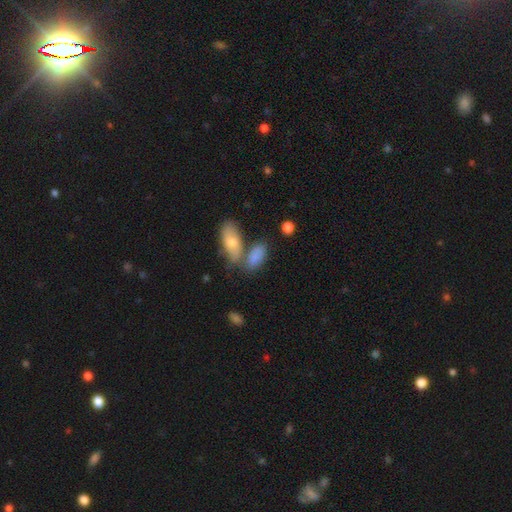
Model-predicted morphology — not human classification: A smooth galaxy with no disk features (81%) that is in between round and cigar-shaped (86%).

Vote fractions:
- Smooth or featured? smooth: 81% / featured or disk: 11% / star or artifact: 7%
- How rounded? in between: 86% / cigar-shaped: 9% / round: 5%
- Merging? none: 46% / merger: 33% / minor disturbance: 15% / major disturbance: 6%